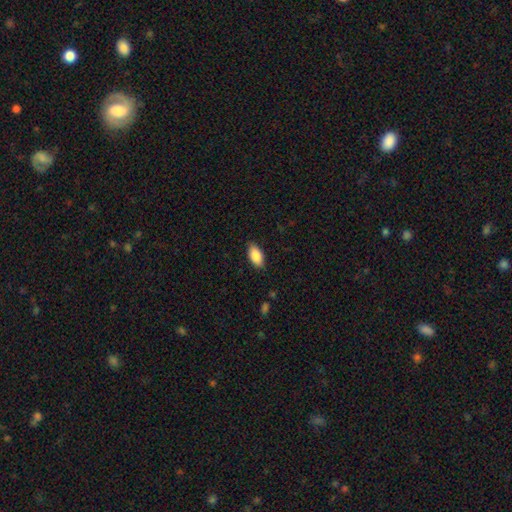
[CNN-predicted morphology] The model was most divided on "merging": none: 86%, minor disturbance: 10%, major disturbance: 2%, merger: 1%. More confident: how rounded — in between (93%); smooth or featured — smooth (88%).